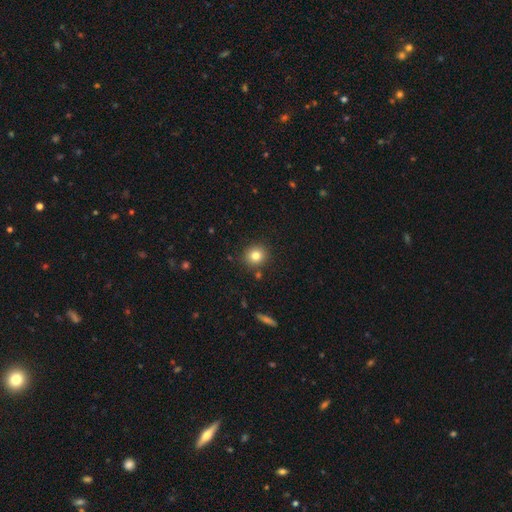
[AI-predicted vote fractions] Morphology: type=smooth (81%); roundness=round (87%); merging=none (87%).